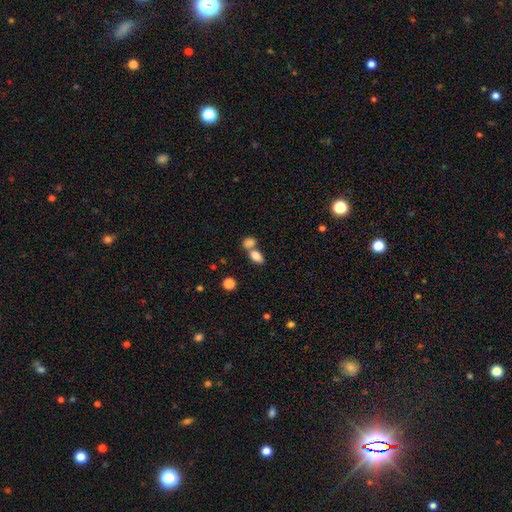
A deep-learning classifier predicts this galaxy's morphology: This appears to be a smooth galaxy with no disk features (83%) that is in between round and cigar-shaped (88%). Merging: merger (48%).